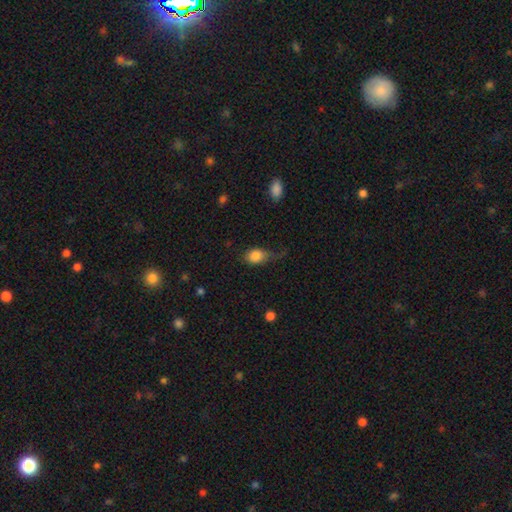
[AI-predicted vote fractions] A smooth galaxy with no disk features (83%) that is in between round and cigar-shaped (67%). Merging: minor disturbance (34%).